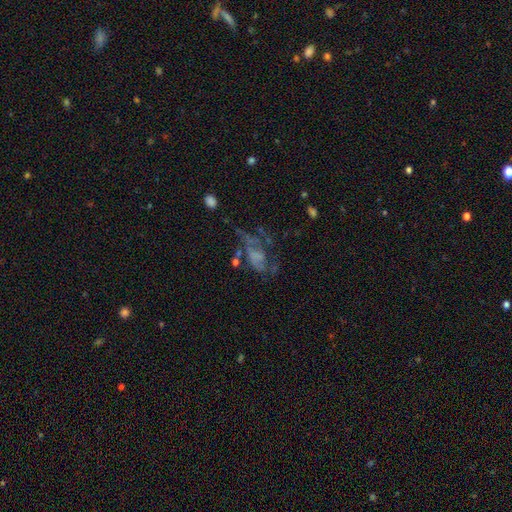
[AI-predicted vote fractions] Smooth or featured?
  - featured or disk: 53% *
  - smooth: 27%
  - star or artifact: 20%
Edge-on disk?
  - no: 95% *
  - yes: 5%
Bar?
  - no: 77% *
  - weak: 17%
  - strong: 6%
Spiral arms?
  - no: 60% *
  - yes: 40%
Bulge size?
  - none: 67% *
  - small: 15%
  - moderate: 11%
  - large: 5%
  - dominant: 2%
Merging?
  - major disturbance: 44% *
  - none: 29%
  - minor disturbance: 17%
  - merger: 9%